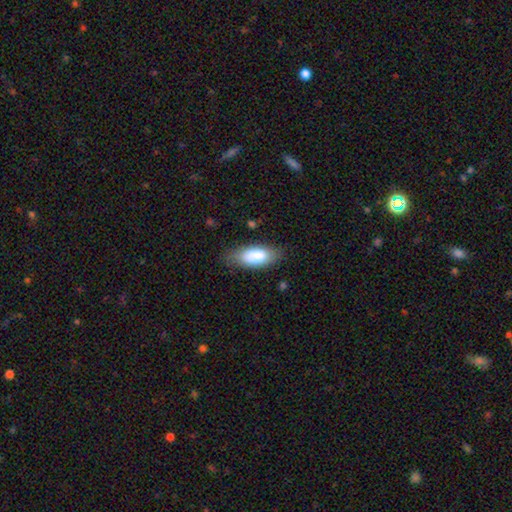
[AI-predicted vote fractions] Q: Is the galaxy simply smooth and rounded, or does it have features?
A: smooth — 83%.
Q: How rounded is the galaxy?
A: in between — 85%.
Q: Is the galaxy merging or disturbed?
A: none — 75%.